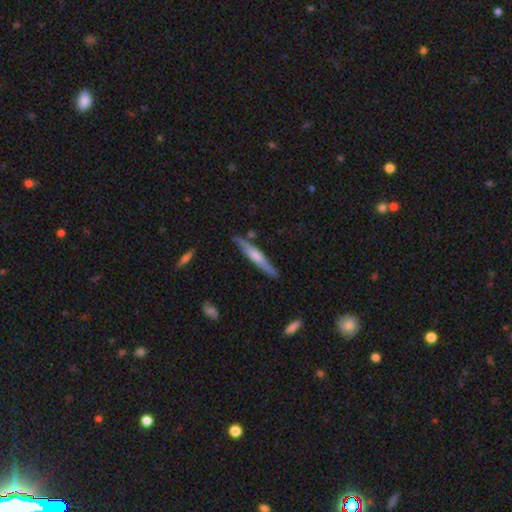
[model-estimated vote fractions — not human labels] Smooth or featured?
  - featured or disk: 50% *
  - smooth: 44%
  - star or artifact: 5%
Edge-on disk?
  - yes: 94% *
  - no: 6%
Merging?
  - none: 83% *
  - minor disturbance: 12%
  - merger: 3%
  - major disturbance: 2%